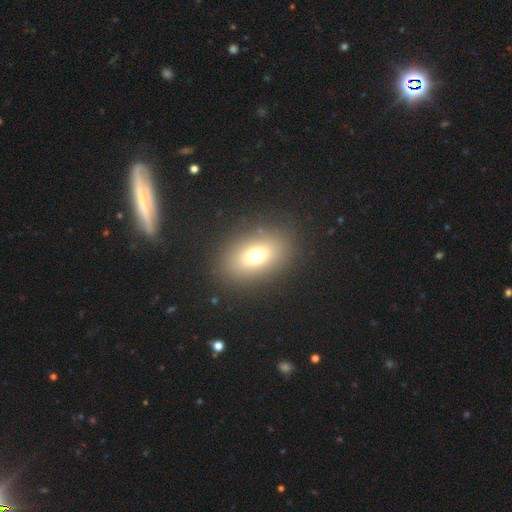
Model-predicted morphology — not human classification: Q: Smooth or featured?
A: smooth (68%); runner-up: star or artifact (17%)
Q: How rounded?
A: in between (72%); runner-up: round (26%)
Q: Merging?
A: none (86%); runner-up: minor disturbance (8%)